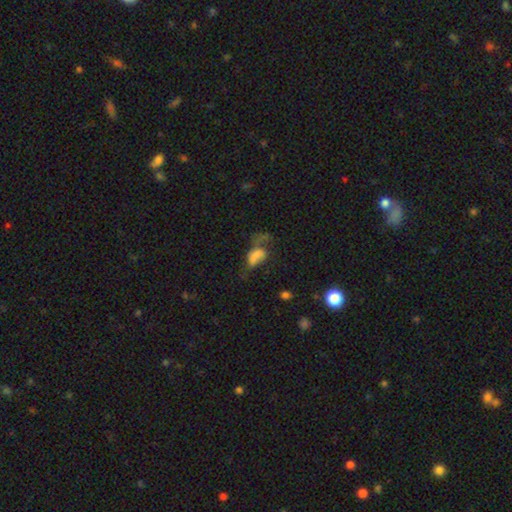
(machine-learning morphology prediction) A smooth galaxy with no disk features (61%) that is in between round and cigar-shaped (87%). Merging: major disturbance (52%).